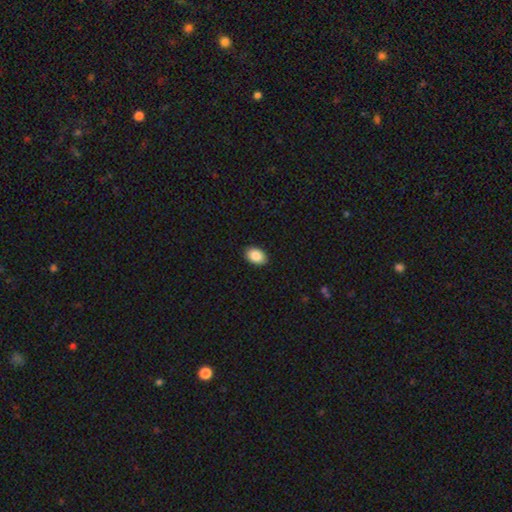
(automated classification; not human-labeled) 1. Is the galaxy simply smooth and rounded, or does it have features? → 89% smooth, 7% star or artifact, 4% featured or disk.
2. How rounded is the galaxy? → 84% in between, 15% round, 1% cigar-shaped.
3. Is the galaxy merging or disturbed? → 91% none, 7% minor disturbance, 2% major disturbance, 1% merger.